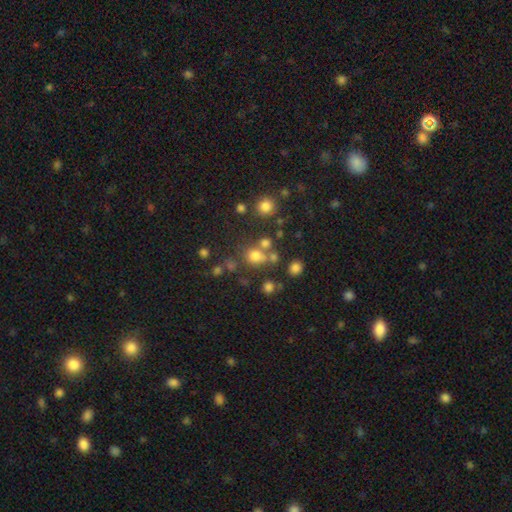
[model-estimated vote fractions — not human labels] A smooth galaxy with no disk features (71%) that is round (81%).

Vote fractions:
- Smooth or featured? smooth: 71% / star or artifact: 20% / featured or disk: 10%
- How rounded? round: 81% / in between: 18% / cigar-shaped: 1%
- Merging? none: 61% / merger: 22% / minor disturbance: 11% / major disturbance: 6%